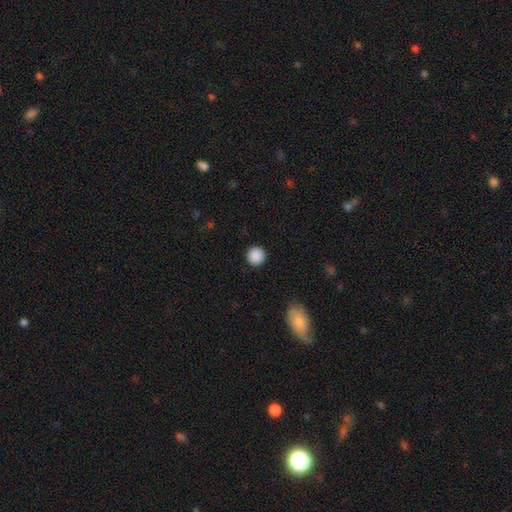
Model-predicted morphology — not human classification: This appears to be a smooth galaxy with no disk features (89%) that is round (95%). Merging: none (92%).